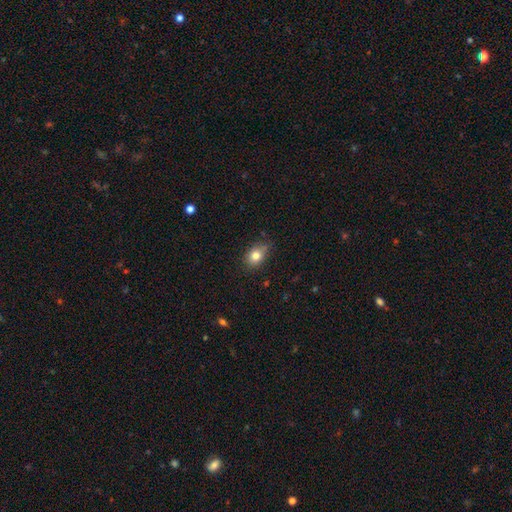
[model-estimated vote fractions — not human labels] The model was most divided on "how rounded": in between: 65%, round: 33%, cigar-shaped: 2%. More confident: smooth or featured — smooth (80%); merging — none (71%).